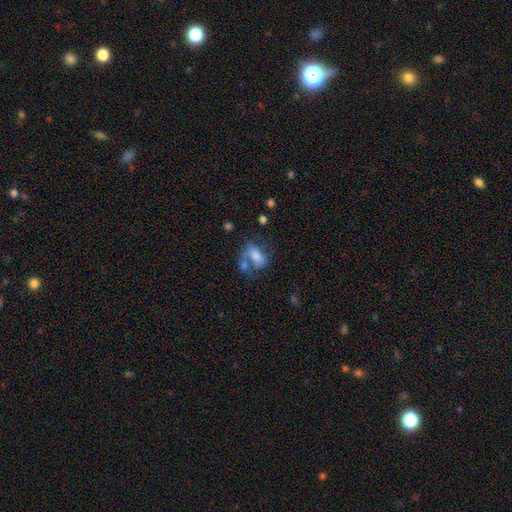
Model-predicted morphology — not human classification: Smooth or featured? Predicted: smooth (p=0.54). How rounded? Predicted: in between (p=0.82). Merging? Predicted: none (p=0.32).